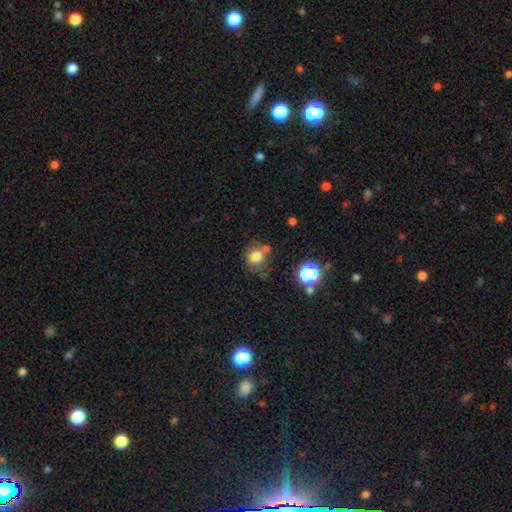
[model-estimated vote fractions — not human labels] Morphology: type=smooth (78%); roundness=round (83%); merging=none (60%).